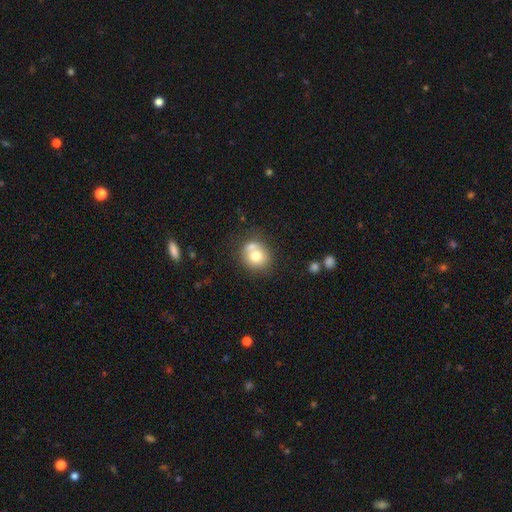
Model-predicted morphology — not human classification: type=smooth (72%); roundness=round (76%); merging=none (51%).